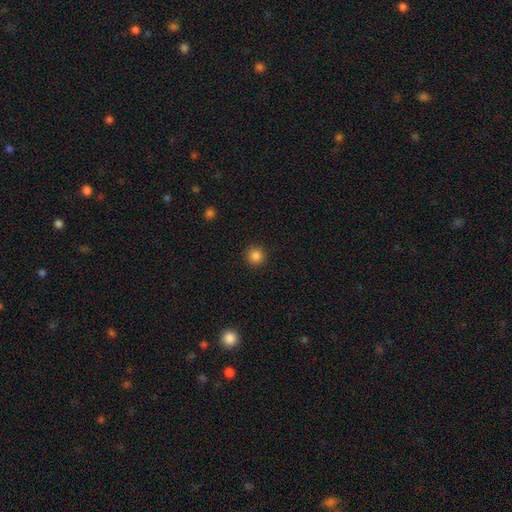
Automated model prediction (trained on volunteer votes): Morphology: type=smooth (85%); roundness=round (95%); merging=none (92%).